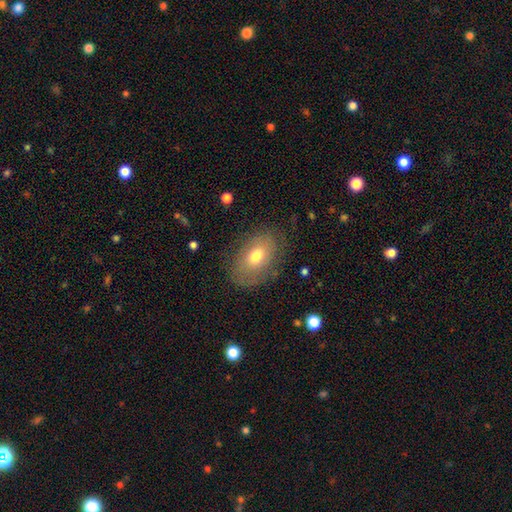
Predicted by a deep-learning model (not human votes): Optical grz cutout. It shows a smooth galaxy with no disk features (63%) that is in between round and cigar-shaped (87%). Merging: none (76%).